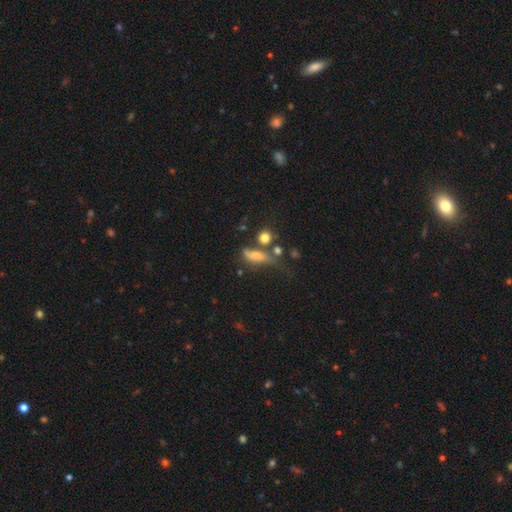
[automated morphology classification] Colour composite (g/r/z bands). It shows a smooth galaxy with no disk features (63%) that is in between round and cigar-shaped (52%). Merging: none (36%).